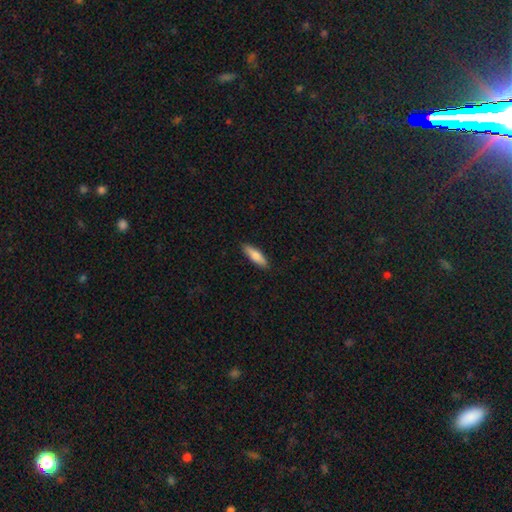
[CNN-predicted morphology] smooth_or_featured: smooth (p=0.80) [alt: featured or disk p=0.15]
how_rounded: cigar-shaped (p=0.57) [alt: in between p=0.41]
merging: none (p=0.89) [alt: minor disturbance p=0.08]